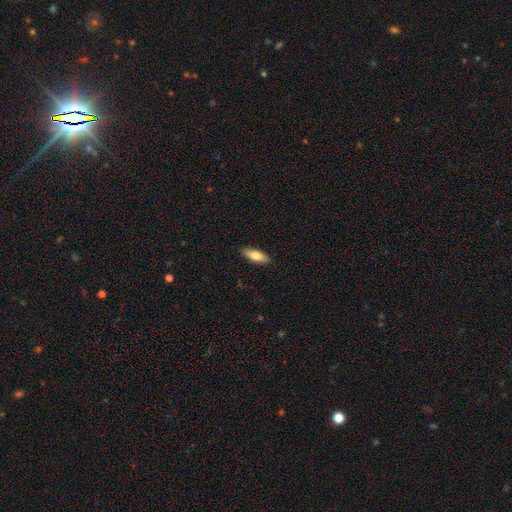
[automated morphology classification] This is likely a smooth galaxy (74%). How rounded: likely in between (63%). Merging: clearly none (89%).